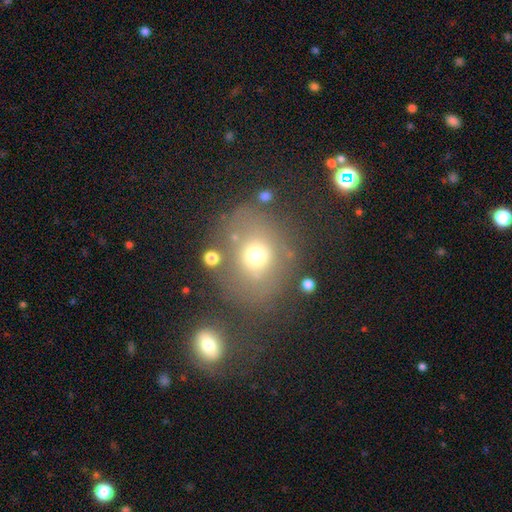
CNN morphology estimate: This is likely a smooth galaxy (65%). How rounded: likely round (68%). Merging: likely none (60%).